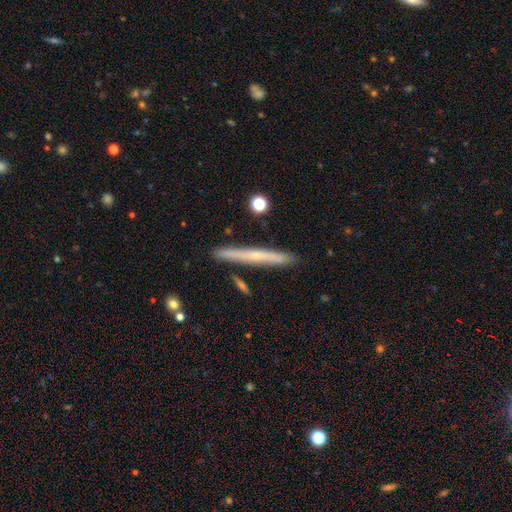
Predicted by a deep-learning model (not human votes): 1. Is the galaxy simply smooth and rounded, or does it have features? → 55% featured or disk, 38% smooth, 7% star or artifact.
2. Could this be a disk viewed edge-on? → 96% yes, 4% no.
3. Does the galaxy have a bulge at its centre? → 50% none, 47% rounded, 3% boxy.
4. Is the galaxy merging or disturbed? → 89% none, 8% minor disturbance, 2% merger, 1% major disturbance.